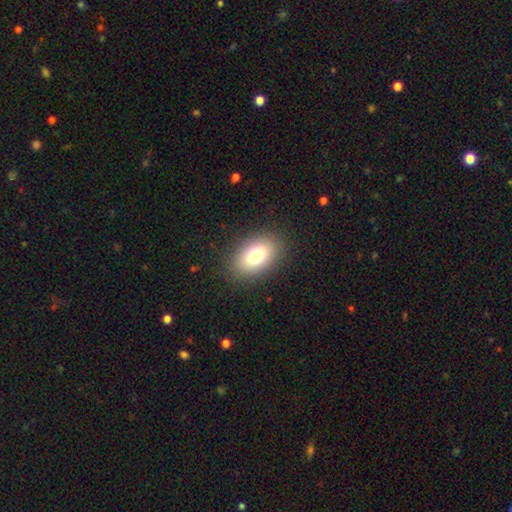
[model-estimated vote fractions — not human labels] This is likely a smooth galaxy (78%). How rounded: clearly in between (88%). Merging: clearly none (87%).